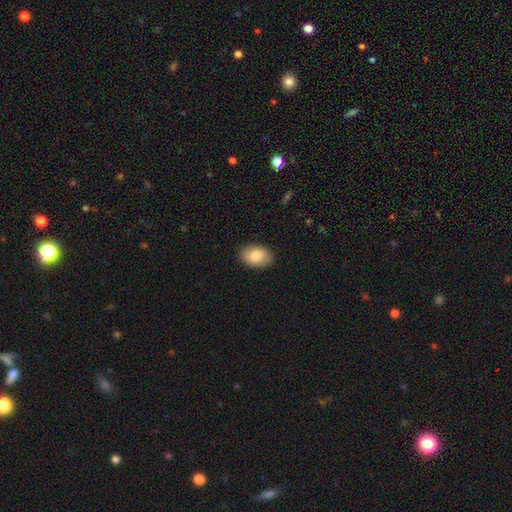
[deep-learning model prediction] This is clearly a smooth galaxy (82%). How rounded: clearly in between (89%). Merging: clearly none (89%).